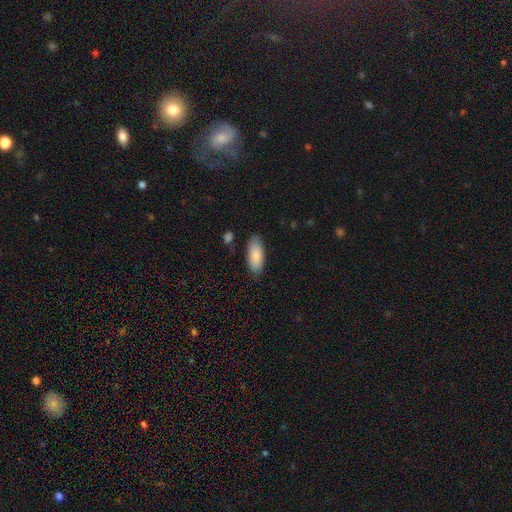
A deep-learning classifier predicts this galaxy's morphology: A smooth galaxy with no disk features (88%) that is in between round and cigar-shaped (84%).

Vote fractions:
- Smooth or featured? smooth: 88% / featured or disk: 6% / star or artifact: 6%
- How rounded? in between: 84% / cigar-shaped: 14% / round: 2%
- Merging? none: 81% / minor disturbance: 14% / major disturbance: 3% / merger: 2%